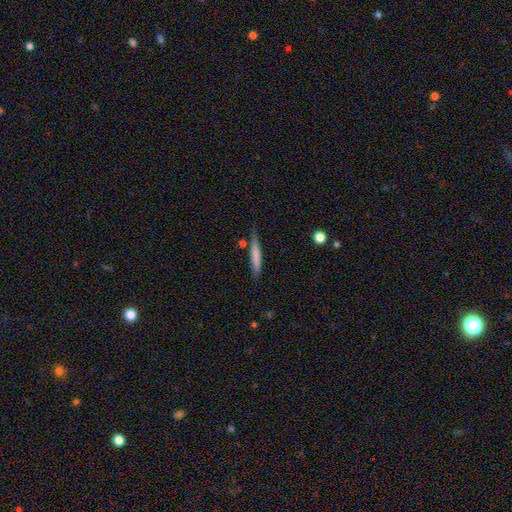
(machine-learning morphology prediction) Overall: smooth (73%). How rounded: cigar-shaped (91%). Merging: none (74%).